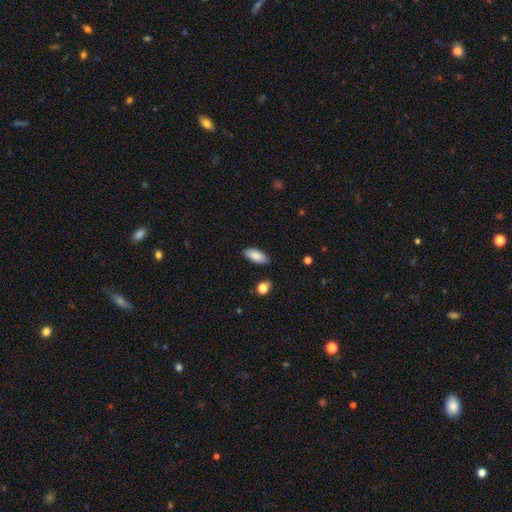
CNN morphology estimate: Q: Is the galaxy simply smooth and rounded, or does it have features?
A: smooth — 87%.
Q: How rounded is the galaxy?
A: in between — 86%.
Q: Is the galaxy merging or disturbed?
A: none — 86%.